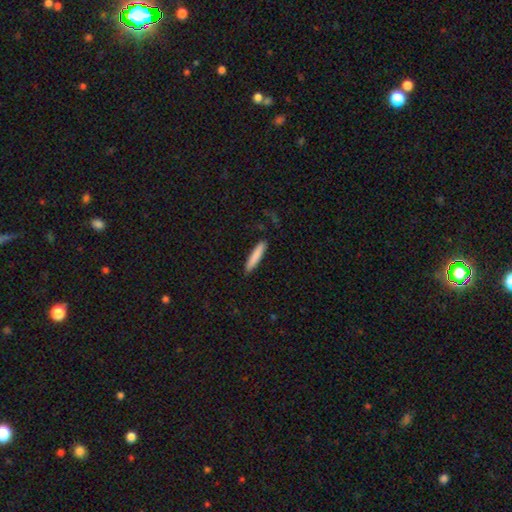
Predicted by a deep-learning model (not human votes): smooth-or-featured: smooth: 84% | featured or disk: 10% | star or artifact: 6%
  how-rounded: cigar-shaped: 90% | in between: 9% | round: 1%
  merging: none: 88% | minor disturbance: 9% | major disturbance: 2% | merger: 1%